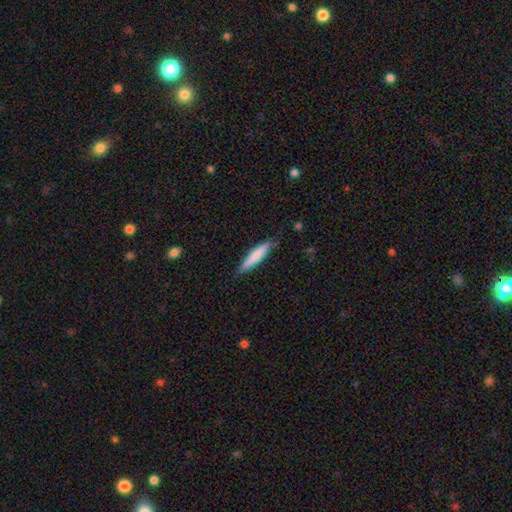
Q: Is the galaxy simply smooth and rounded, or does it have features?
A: smooth — 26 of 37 (70%).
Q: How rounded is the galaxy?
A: cigar-shaped — 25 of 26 (96%).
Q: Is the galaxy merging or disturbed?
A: none — 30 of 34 (88%).